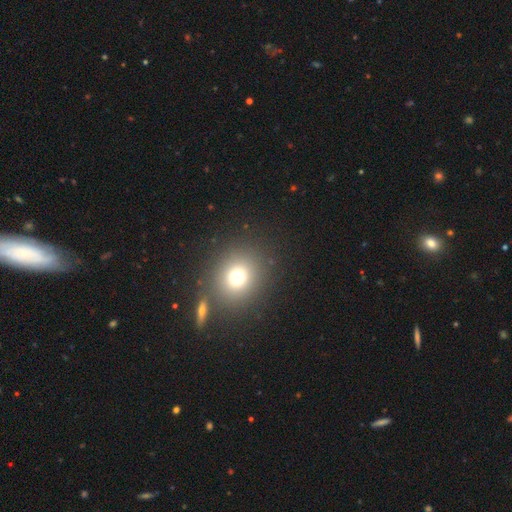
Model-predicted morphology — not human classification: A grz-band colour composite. It shows a smooth galaxy with no disk features (62%) that is round (77%). Merging: none (84%).